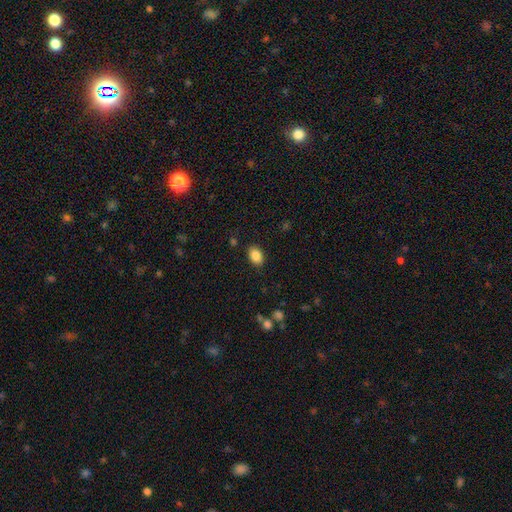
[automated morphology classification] This is clearly a smooth galaxy (86%). How rounded: clearly in between (83%). Merging: clearly none (87%).